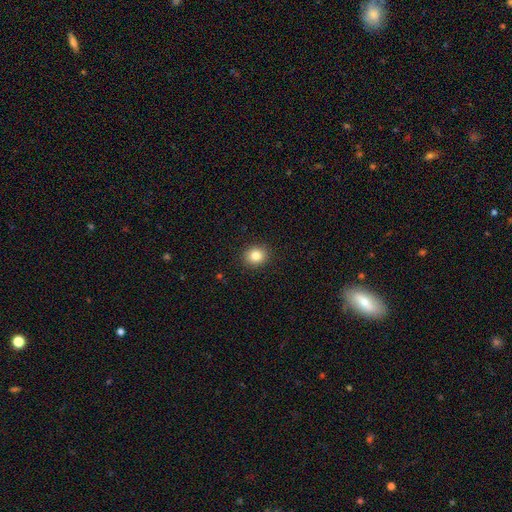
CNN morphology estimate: Overall: smooth (83%). How rounded: round (75%). Merging: none (91%).